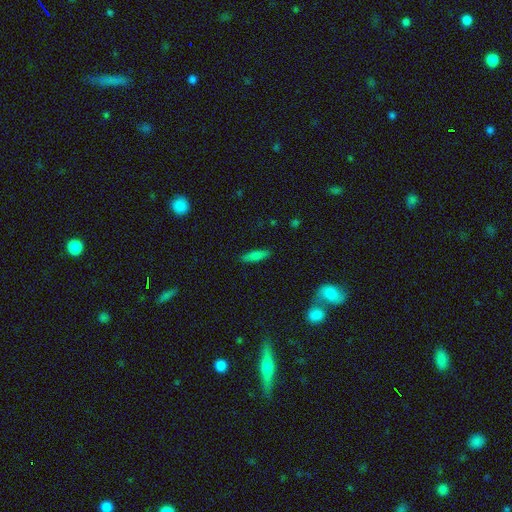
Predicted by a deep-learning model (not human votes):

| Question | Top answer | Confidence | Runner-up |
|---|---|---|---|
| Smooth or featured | smooth | 76% | featured or disk (16%) |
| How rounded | cigar-shaped | 59% | in between (38%) |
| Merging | none | 87% | minor disturbance (9%) |